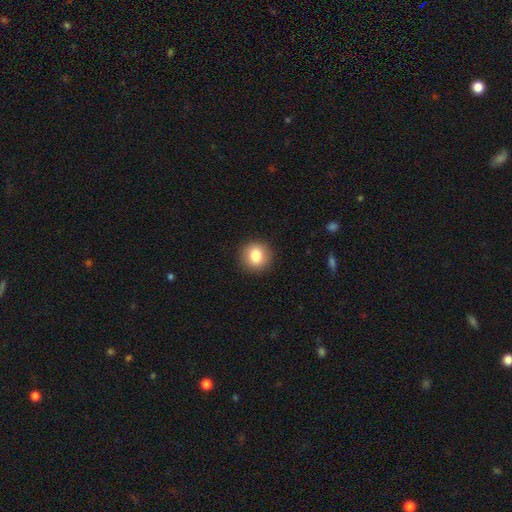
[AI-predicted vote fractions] Overall: smooth (84%). How rounded: round (90%). Merging: none (90%).